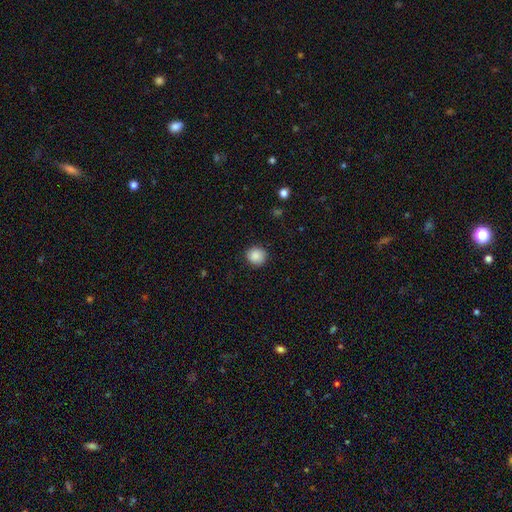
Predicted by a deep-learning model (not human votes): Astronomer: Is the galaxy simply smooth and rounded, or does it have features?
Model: smooth — 88%.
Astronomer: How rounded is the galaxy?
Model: round — 90%.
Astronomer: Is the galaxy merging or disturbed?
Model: none — 89%.